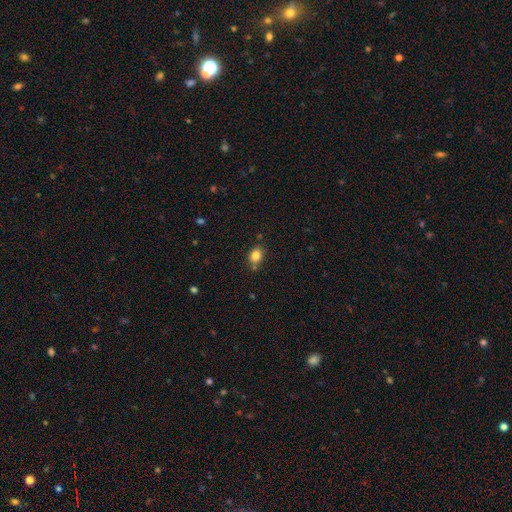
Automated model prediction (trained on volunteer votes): smooth 82%, star or artifact 11%, featured or disk 7%. Down the decision tree: how rounded — in between (53%); merging — none (74%).